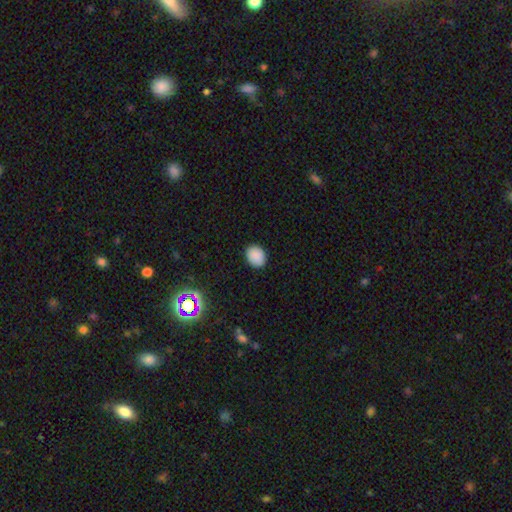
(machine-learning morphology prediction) smooth_or_featured: smooth (p=0.88) [alt: star or artifact p=0.09]
how_rounded: in between (p=0.51) [alt: round p=0.48]
merging: none (p=0.89) [alt: minor disturbance p=0.08]